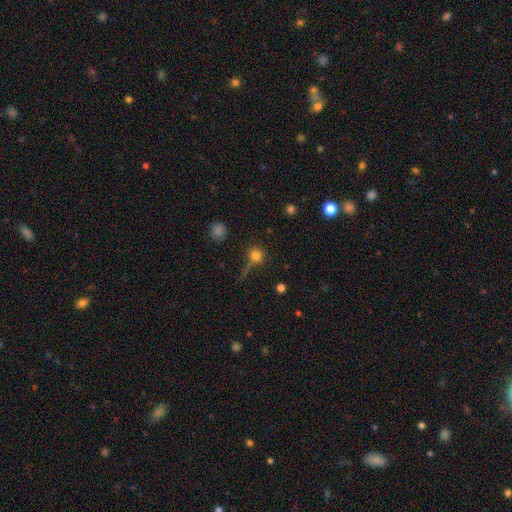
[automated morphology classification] smooth 77%, star or artifact 15%, featured or disk 7%. Down the decision tree: how rounded — round (92%); merging — none (66%).